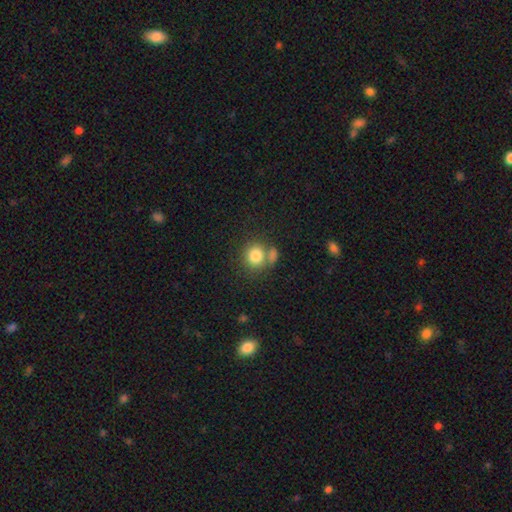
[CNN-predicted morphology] Smooth or featured?
  - smooth: 82% *
  - star or artifact: 10%
  - featured or disk: 8%
How rounded?
  - round: 82% *
  - in between: 17%
  - cigar-shaped: 1%
Merging?
  - none: 56% *
  - merger: 28%
  - minor disturbance: 11%
  - major disturbance: 5%